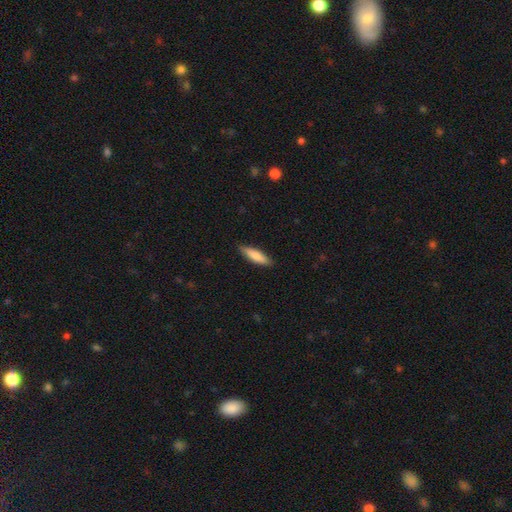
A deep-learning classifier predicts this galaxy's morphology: Q: Smooth or featured?
A: smooth (80%); runner-up: featured or disk (14%)
Q: How rounded?
A: cigar-shaped (66%); runner-up: in between (32%)
Q: Merging?
A: none (87%); runner-up: minor disturbance (10%)